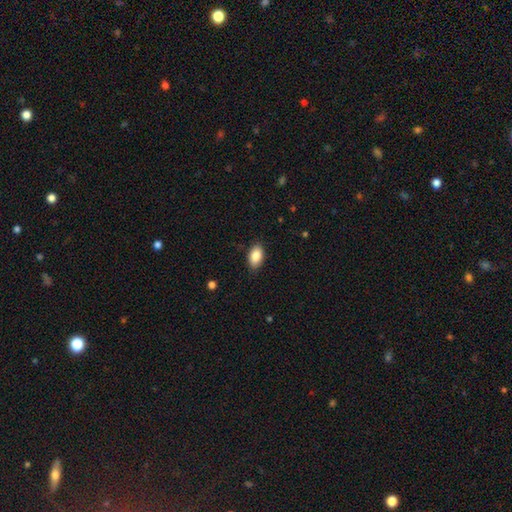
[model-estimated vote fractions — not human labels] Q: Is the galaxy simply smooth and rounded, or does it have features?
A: smooth — 87%.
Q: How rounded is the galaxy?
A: in between — 93%.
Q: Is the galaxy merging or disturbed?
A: none — 85%.